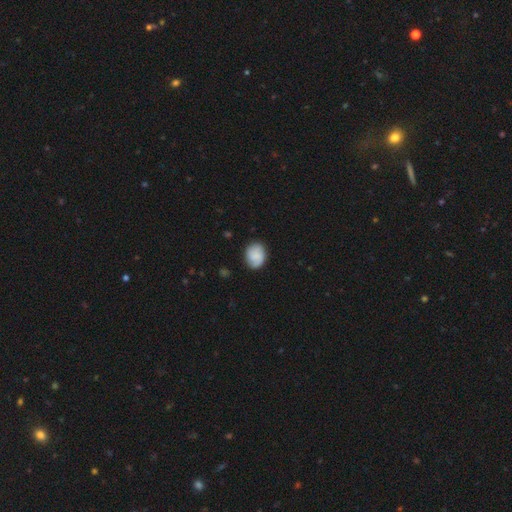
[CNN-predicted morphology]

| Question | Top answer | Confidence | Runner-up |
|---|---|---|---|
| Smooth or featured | smooth | 67% | featured or disk (25%) |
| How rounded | in between | 52% | round (47%) |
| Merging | none | 80% | minor disturbance (15%) |